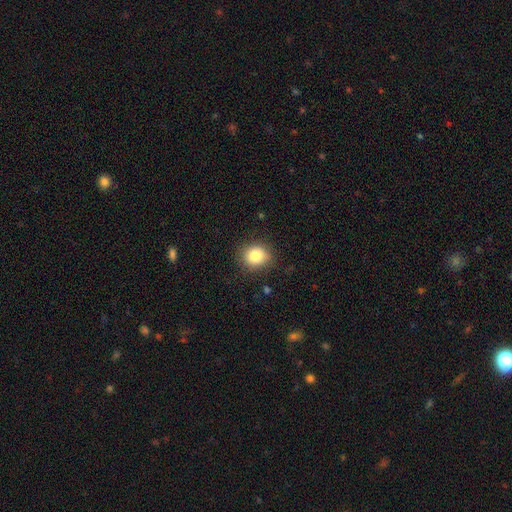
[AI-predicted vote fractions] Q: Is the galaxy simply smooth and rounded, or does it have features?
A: smooth — 83%.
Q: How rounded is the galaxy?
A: round — 75%.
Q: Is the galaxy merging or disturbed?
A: none — 87%.